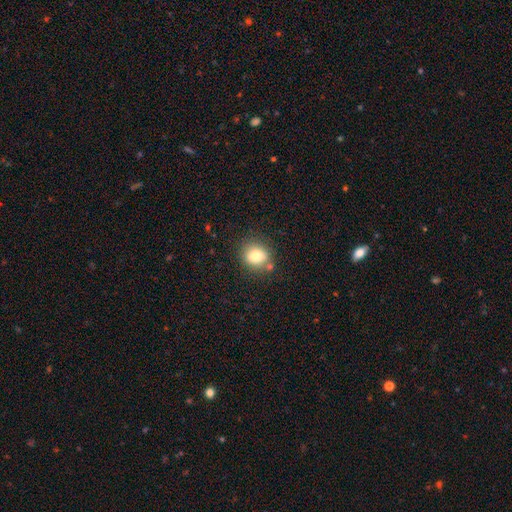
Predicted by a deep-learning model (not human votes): smooth 78%, featured or disk 11%, star or artifact 11%. Down the decision tree: how rounded — round (79%); merging — none (76%).